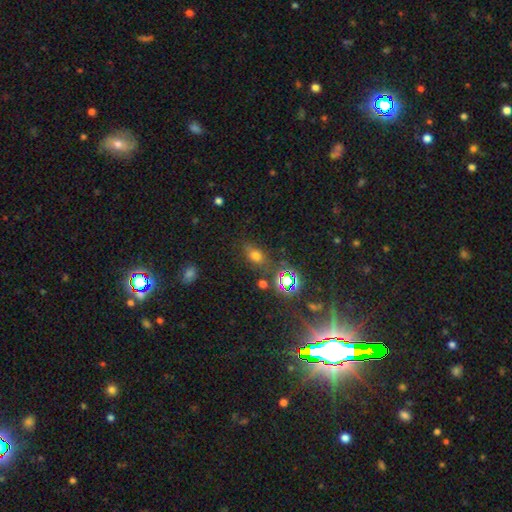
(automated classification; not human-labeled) Q: Smooth or featured?
A: smooth (61%); runner-up: star or artifact (29%)
Q: How rounded?
A: in between (71%); runner-up: round (25%)
Q: Merging?
A: none (72%); runner-up: minor disturbance (17%)